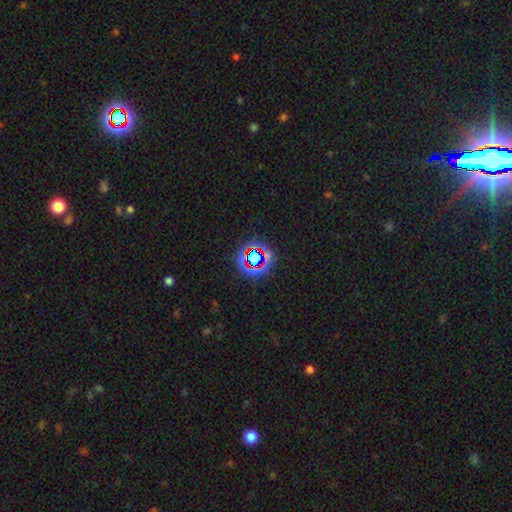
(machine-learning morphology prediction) Smooth or featured: star or artifact — 70% (smooth — 20%)